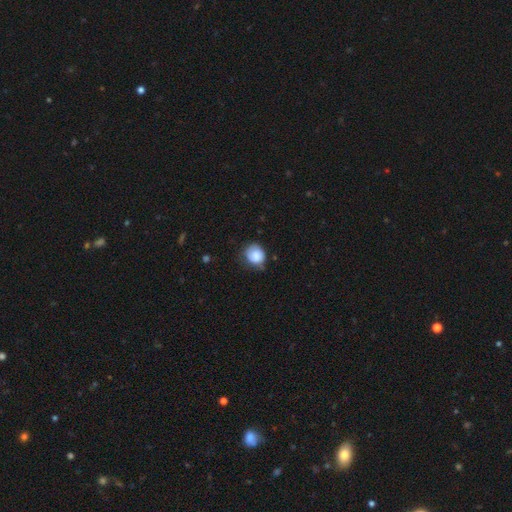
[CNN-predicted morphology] A smooth galaxy with no disk features (80%) that is round (75%).

Vote fractions:
- Smooth or featured? smooth: 80% / featured or disk: 12% / star or artifact: 8%
- How rounded? round: 75% / in between: 24% / cigar-shaped: 1%
- Merging? none: 59% / minor disturbance: 31% / major disturbance: 7% / merger: 2%